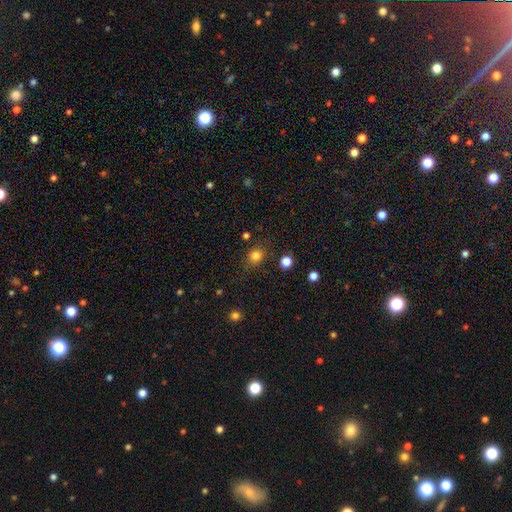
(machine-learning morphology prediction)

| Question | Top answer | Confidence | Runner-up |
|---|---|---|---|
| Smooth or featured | smooth | 82% | star or artifact (13%) |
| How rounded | round | 78% | in between (21%) |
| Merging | none | 81% | minor disturbance (12%) |